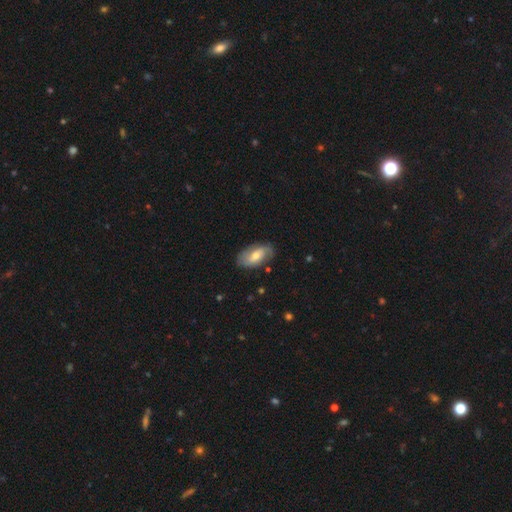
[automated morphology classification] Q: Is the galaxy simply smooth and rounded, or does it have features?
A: featured or disk — 53%.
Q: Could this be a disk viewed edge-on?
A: no — 92%.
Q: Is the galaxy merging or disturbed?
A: none — 76%.